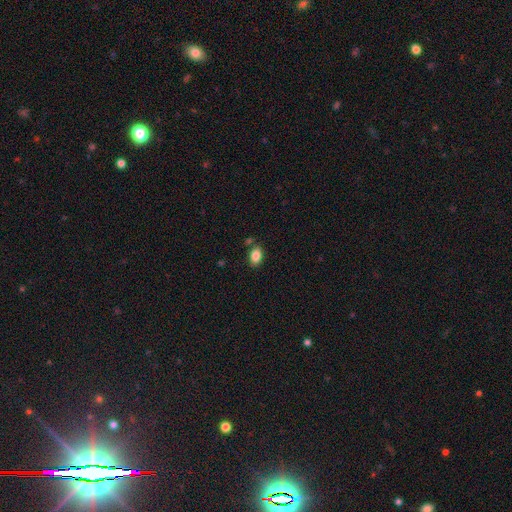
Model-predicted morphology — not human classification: The model was most divided on "merging": none: 79%, minor disturbance: 12%, merger: 6%, major disturbance: 3%. More confident: how rounded — in between (88%); smooth or featured — smooth (86%).